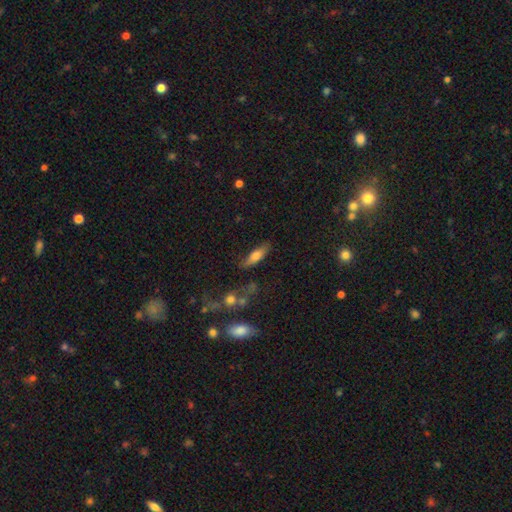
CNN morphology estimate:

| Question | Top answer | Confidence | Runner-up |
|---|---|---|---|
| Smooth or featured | smooth | 70% | featured or disk (22%) |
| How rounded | in between | 54% | cigar-shaped (44%) |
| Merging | none | 69% | minor disturbance (19%) |